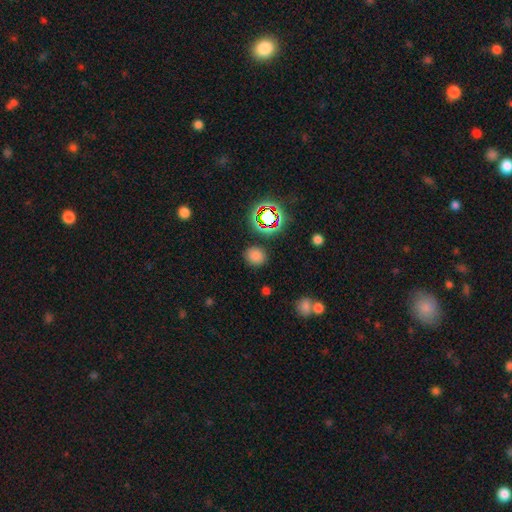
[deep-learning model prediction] smooth 75%, star or artifact 19%, featured or disk 6%. Down the decision tree: how rounded — round (76%); merging — none (85%).